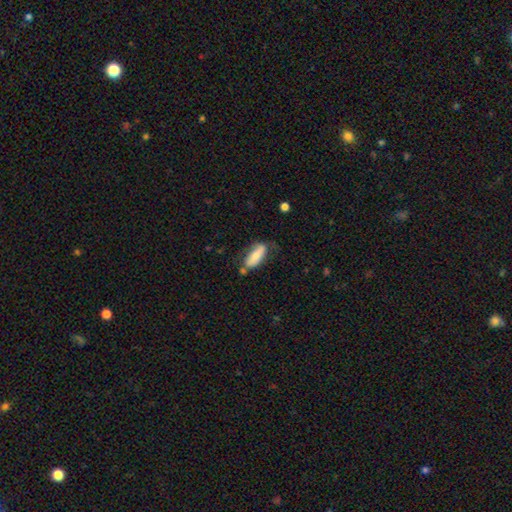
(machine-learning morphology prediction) This appears to be a smooth galaxy with no disk features (62%) that is in between round and cigar-shaped (73%). Merging: none (55%).